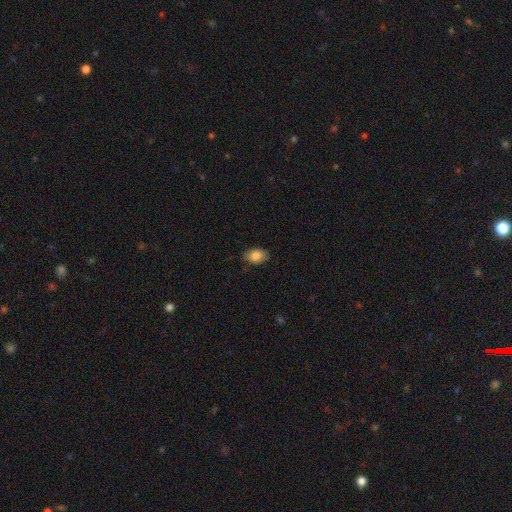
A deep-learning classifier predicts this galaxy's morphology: Smooth or featured? smooth (86%)
How rounded? in between (88%)
Merging? none (81%)